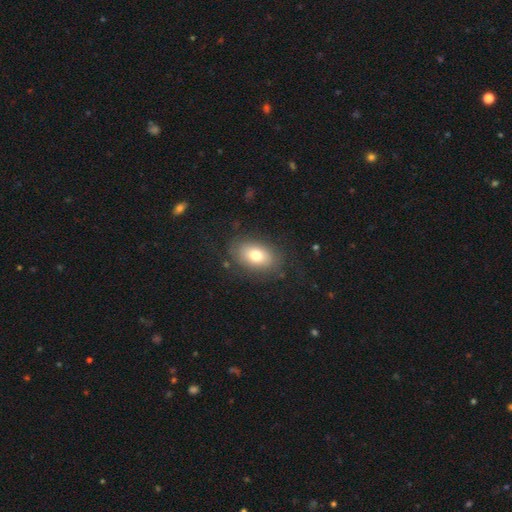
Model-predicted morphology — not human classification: type=smooth (73%); roundness=in between (84%); merging=none (79%).